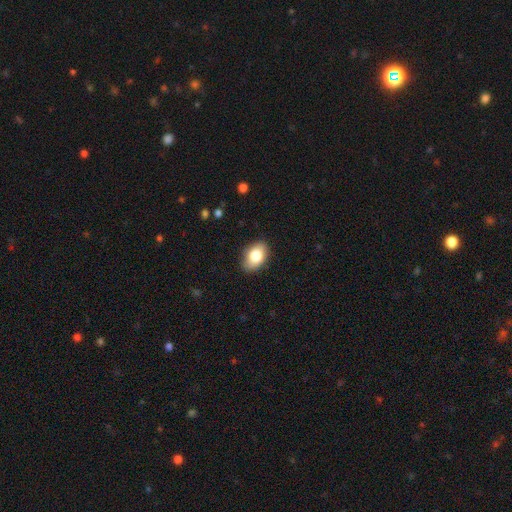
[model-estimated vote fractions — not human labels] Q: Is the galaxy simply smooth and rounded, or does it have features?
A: smooth — 82%.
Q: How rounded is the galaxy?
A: in between — 88%.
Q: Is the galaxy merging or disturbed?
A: none — 86%.